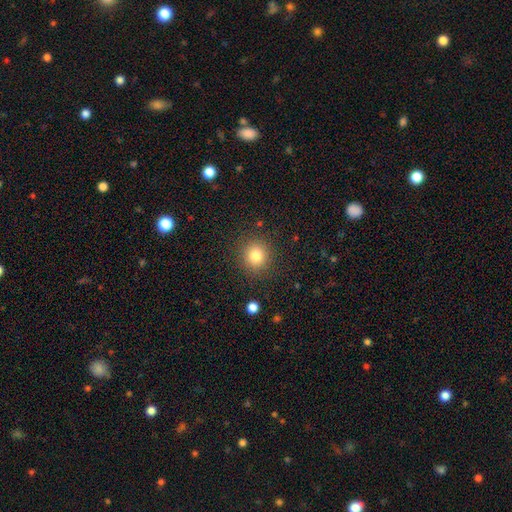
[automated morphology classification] Smooth or featured? Predicted: smooth (p=0.81). How rounded? Predicted: round (p=0.90). Merging? Predicted: none (p=0.88).